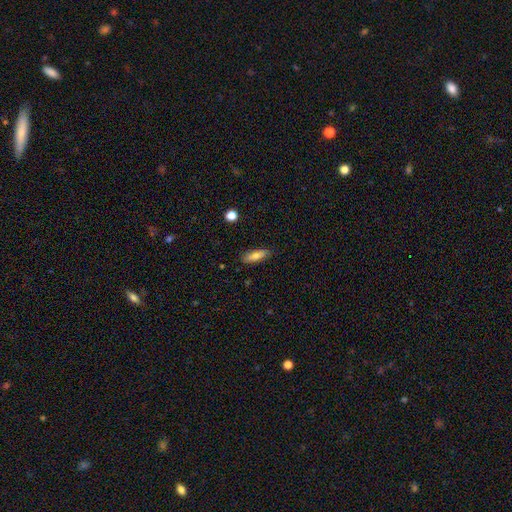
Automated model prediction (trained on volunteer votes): smooth 73%, featured or disk 20%, star or artifact 7%. Down the decision tree: how rounded — cigar-shaped (50%); merging — none (86%).